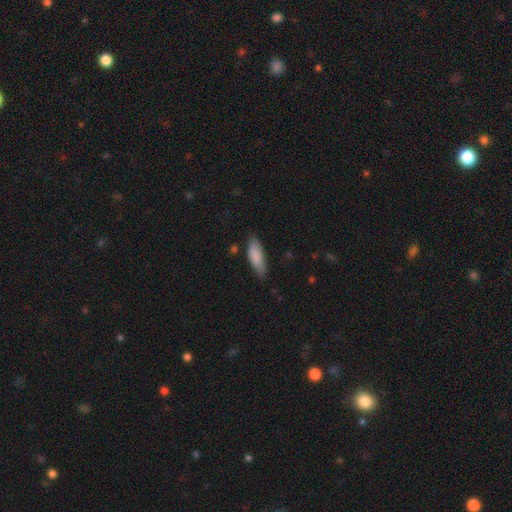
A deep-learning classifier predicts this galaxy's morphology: A smooth galaxy with no disk features (85%) that is in between round and cigar-shaped (59%). Merging: none (76%).